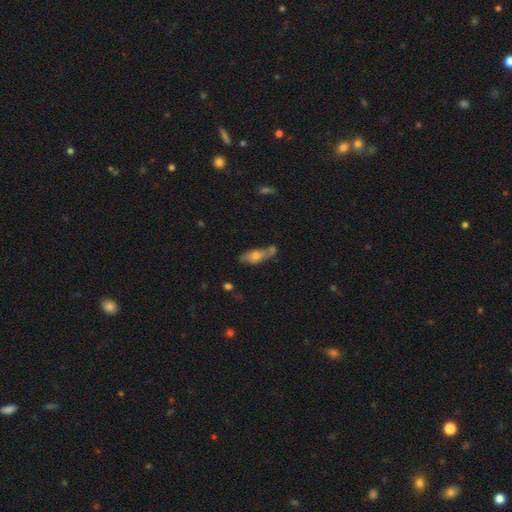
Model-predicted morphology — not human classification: A smooth galaxy with no disk features (49%).

Vote fractions:
- Smooth or featured? smooth: 49% / featured or disk: 42% / star or artifact: 8%
- Merging? none: 43% / merger: 25% / minor disturbance: 23% / major disturbance: 10%